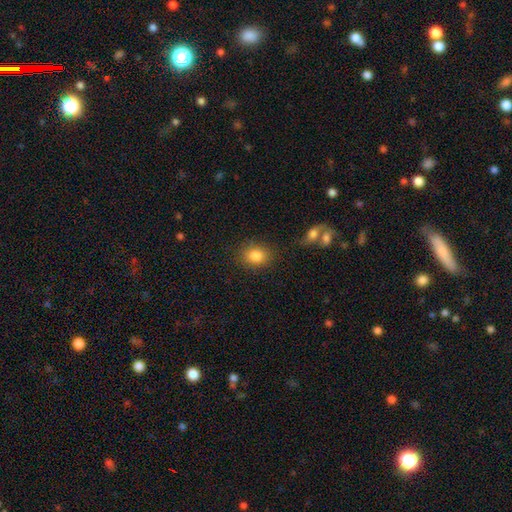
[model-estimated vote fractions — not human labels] Overall: smooth (84%). How rounded: in between (53%; round 46%). Merging: none (81%).